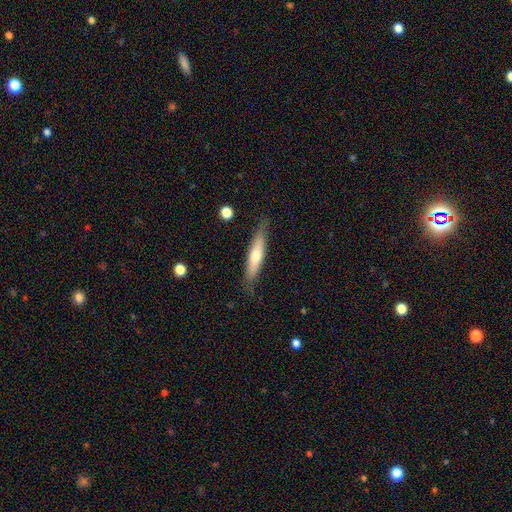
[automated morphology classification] Overall: smooth (60%; featured or disk 35%). How rounded: cigar-shaped (85%). Merging: none (82%).